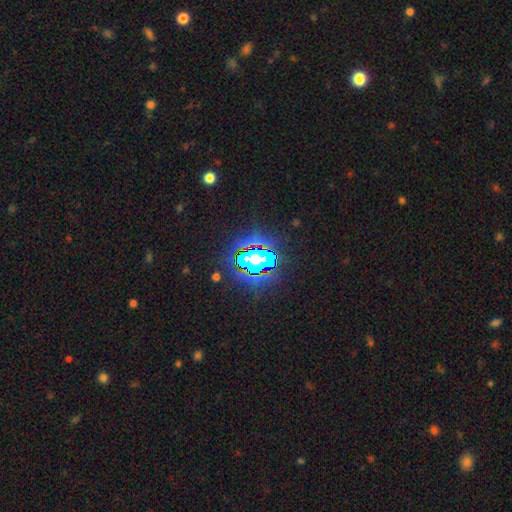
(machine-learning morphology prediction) Overall: star or artifact (72%).